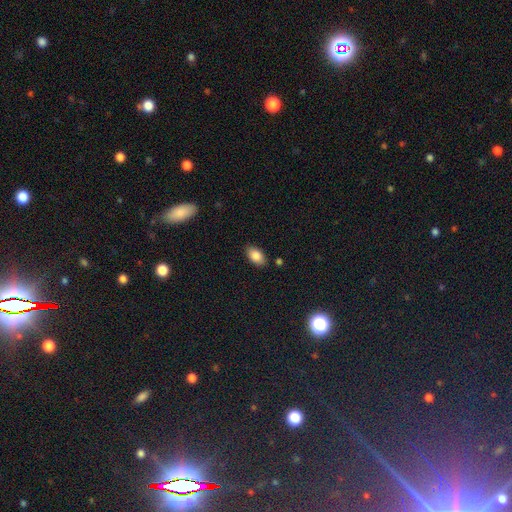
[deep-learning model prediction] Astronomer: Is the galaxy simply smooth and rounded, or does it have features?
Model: smooth — 84%.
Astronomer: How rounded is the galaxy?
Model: in between — 93%.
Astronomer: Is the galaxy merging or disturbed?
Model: none — 85%.